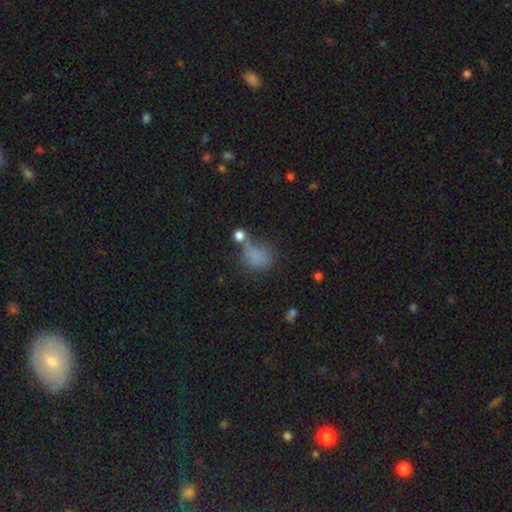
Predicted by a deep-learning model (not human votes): smooth 72%, star or artifact 16%, featured or disk 11%. Down the decision tree: how rounded — round (55%); merging — none (38%).